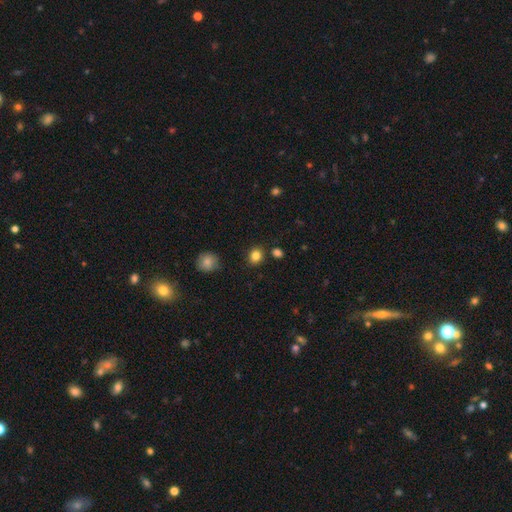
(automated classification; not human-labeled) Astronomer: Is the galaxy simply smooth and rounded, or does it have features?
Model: smooth — 84%.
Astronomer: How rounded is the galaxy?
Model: round — 75%.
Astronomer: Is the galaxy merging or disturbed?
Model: none — 85%.